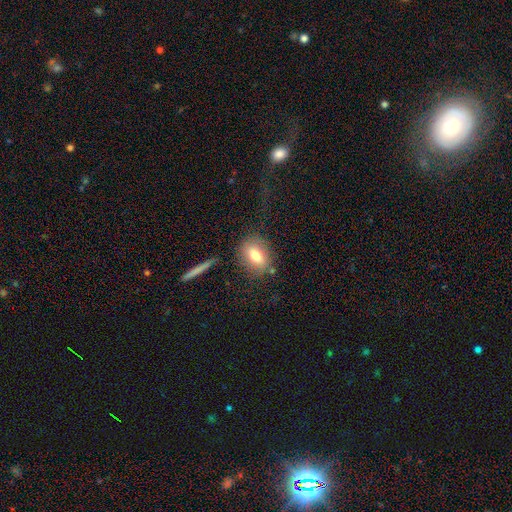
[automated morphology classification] A smooth galaxy with no disk features (74%) that is in between round and cigar-shaped (67%). Merging: none (73%).